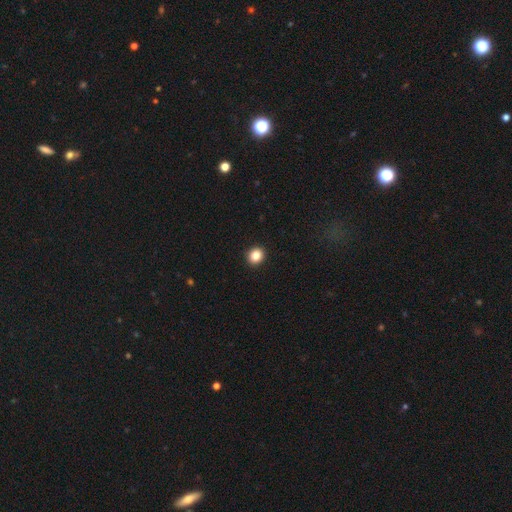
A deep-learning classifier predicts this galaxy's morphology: Overall: smooth (85%). How rounded: round (83%). Merging: none (93%).